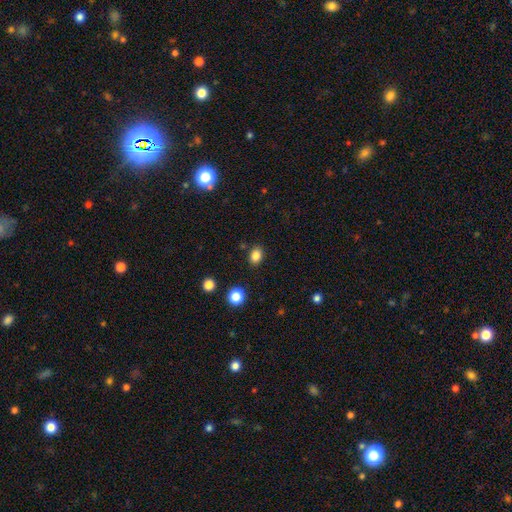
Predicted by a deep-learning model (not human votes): Q: Smooth or featured?
A: smooth (84%); runner-up: star or artifact (11%)
Q: How rounded?
A: in between (64%); runner-up: round (35%)
Q: Merging?
A: none (86%); runner-up: minor disturbance (9%)